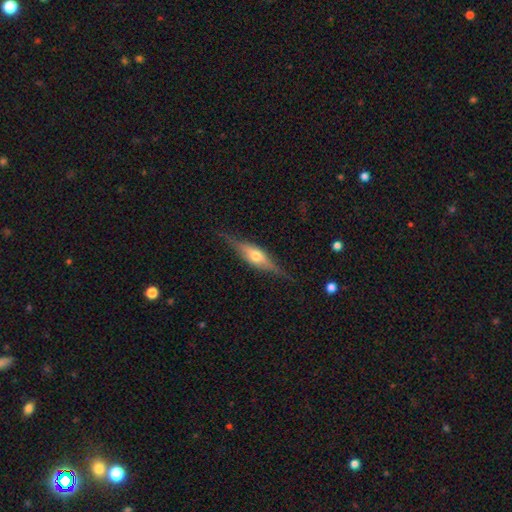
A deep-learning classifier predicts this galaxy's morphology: type=featured or disk (74%); edge-on=yes (96%); edge-on bulge=rounded (87%); merging=none (85%).